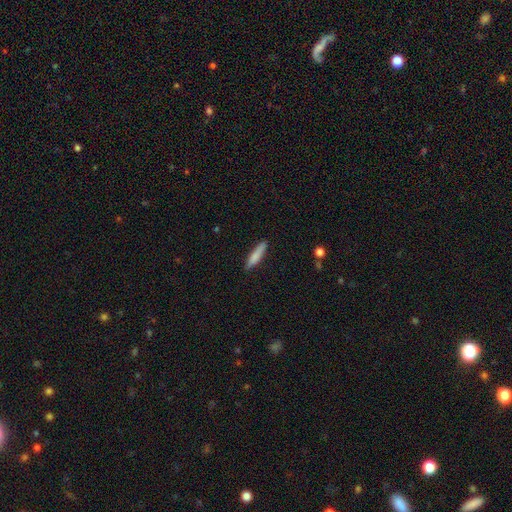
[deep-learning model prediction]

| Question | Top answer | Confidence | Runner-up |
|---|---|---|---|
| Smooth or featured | smooth | 78% | featured or disk (16%) |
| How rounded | cigar-shaped | 85% | in between (13%) |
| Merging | none | 86% | minor disturbance (11%) |